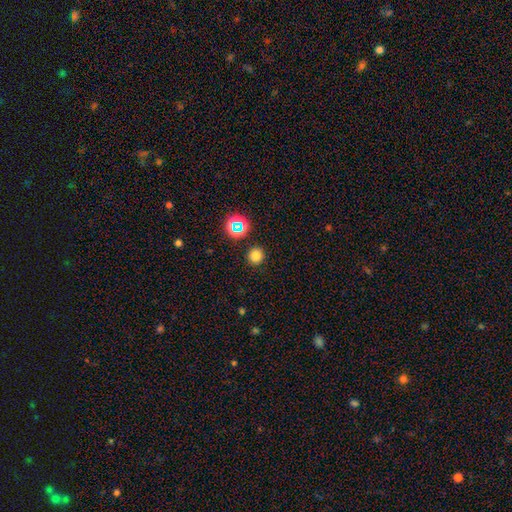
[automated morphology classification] This appears to be a smooth galaxy with no disk features (77%) that is round (92%). Merging: none (90%).